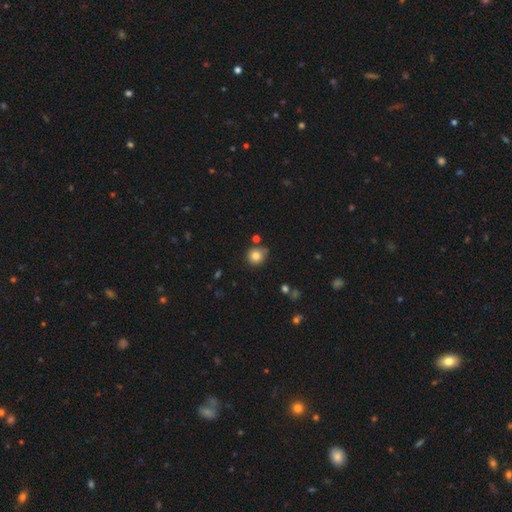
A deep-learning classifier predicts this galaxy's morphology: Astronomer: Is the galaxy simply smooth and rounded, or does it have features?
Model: smooth — 82%.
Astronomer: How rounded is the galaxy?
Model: round — 89%.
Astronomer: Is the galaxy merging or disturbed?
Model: none — 73%.